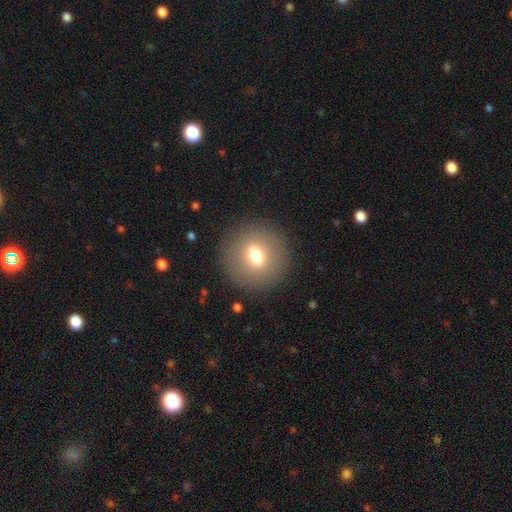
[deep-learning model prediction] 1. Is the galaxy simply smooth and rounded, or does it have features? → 67% smooth, 22% featured or disk, 11% star or artifact.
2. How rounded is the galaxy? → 90% round, 9% in between, 1% cigar-shaped.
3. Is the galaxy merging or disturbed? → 89% none, 7% minor disturbance, 4% major disturbance, 1% merger.